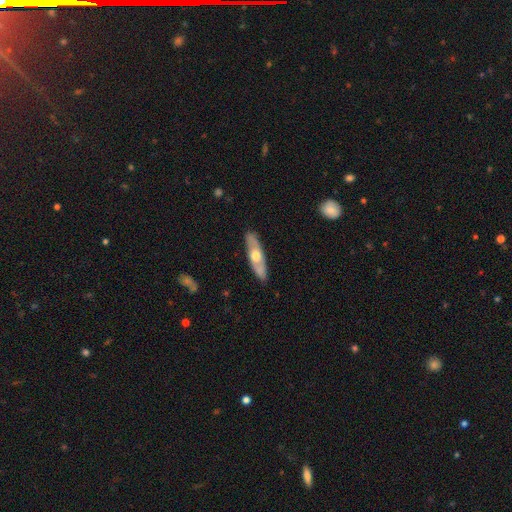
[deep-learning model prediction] A featured or disk galaxy (56%) viewed edge-on (53%).

Vote fractions:
- Smooth or featured? featured or disk: 56% / smooth: 39% / star or artifact: 5%
- Edge-on disk? yes: 53% / no: 47%
- Merging? none: 86% / minor disturbance: 11% / major disturbance: 2% / merger: 1%